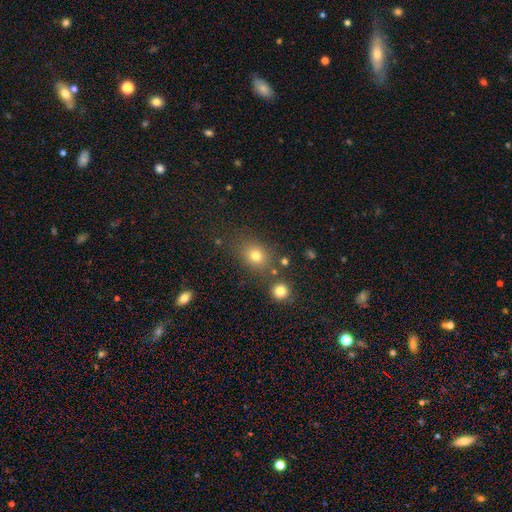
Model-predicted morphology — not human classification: Q: Smooth or featured?
A: smooth (77%); runner-up: star or artifact (15%)
Q: How rounded?
A: round (54%); runner-up: in between (45%)
Q: Merging?
A: none (73%); runner-up: minor disturbance (13%)